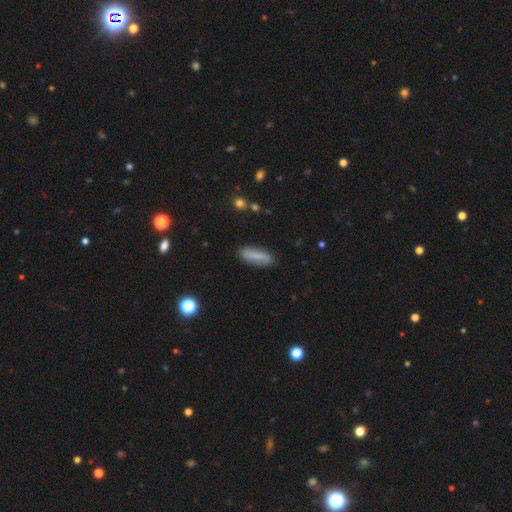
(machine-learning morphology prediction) This is likely a smooth galaxy (72%). How rounded: possibly cigar-shaped (50%). Merging: clearly none (81%).